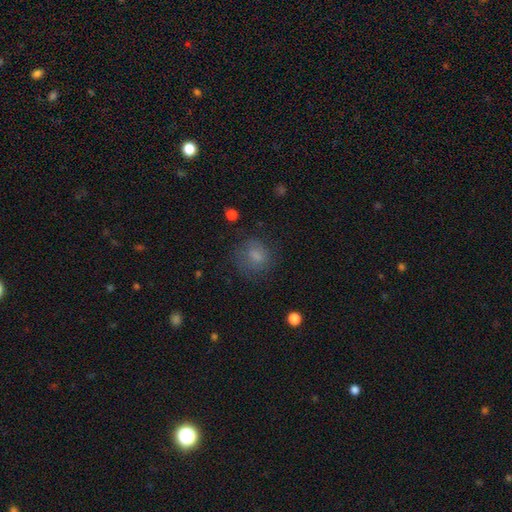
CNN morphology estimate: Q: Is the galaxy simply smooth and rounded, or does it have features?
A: smooth — 72%.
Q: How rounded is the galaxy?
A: round — 63%.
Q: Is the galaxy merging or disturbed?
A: none — 66%.